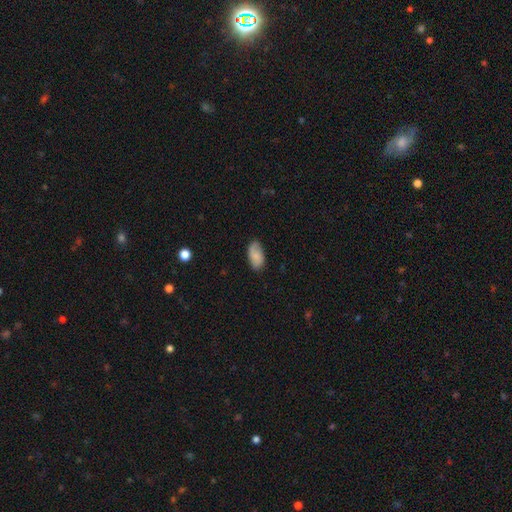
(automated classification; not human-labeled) Overall: smooth (75%). How rounded: in between (94%). Merging: none (76%).